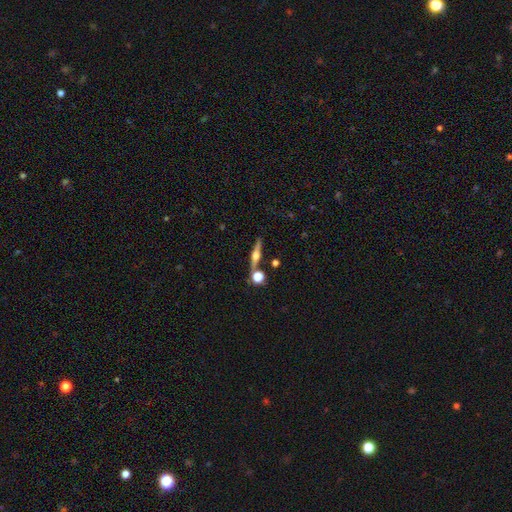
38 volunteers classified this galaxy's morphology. Smooth or featured: featured or disk — 82% (smooth — 18%)
Edge-on disk: yes — 100%
Edge-on bulge: rounded — 97% (boxy — 3%)
Merging: none — 82% (merger — 18%)